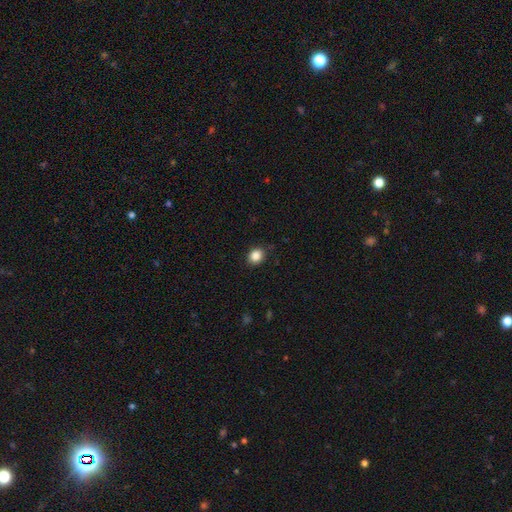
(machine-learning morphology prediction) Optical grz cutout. It shows a smooth galaxy with no disk features (86%) that is round (65%). Merging: none (87%).